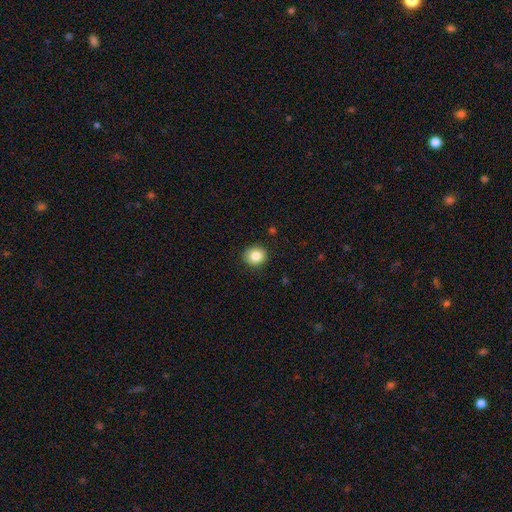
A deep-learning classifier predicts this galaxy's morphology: Smooth or featured?
  - smooth: 84% *
  - star or artifact: 9%
  - featured or disk: 7%
How rounded?
  - round: 82% *
  - in between: 17%
  - cigar-shaped: 1%
Merging?
  - none: 89% *
  - minor disturbance: 8%
  - major disturbance: 2%
  - merger: 1%